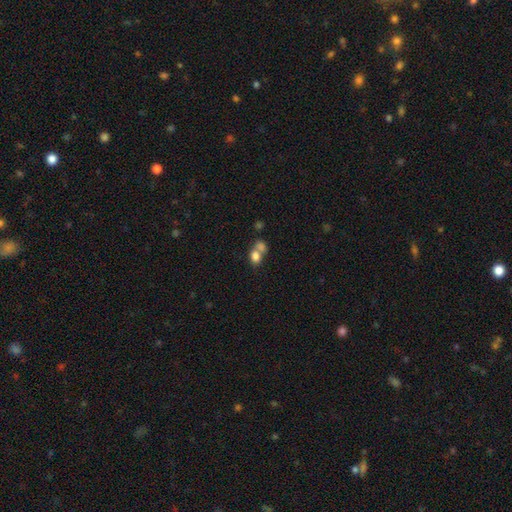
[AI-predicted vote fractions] Q: Smooth or featured?
A: smooth (77%); runner-up: featured or disk (12%)
Q: How rounded?
A: in between (58%); runner-up: round (40%)
Q: Merging?
A: merger (59%); runner-up: none (28%)